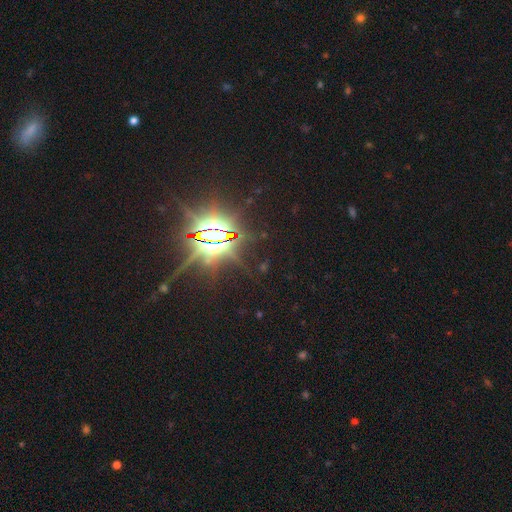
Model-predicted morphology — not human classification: Smooth or featured? star or artifact (87%)